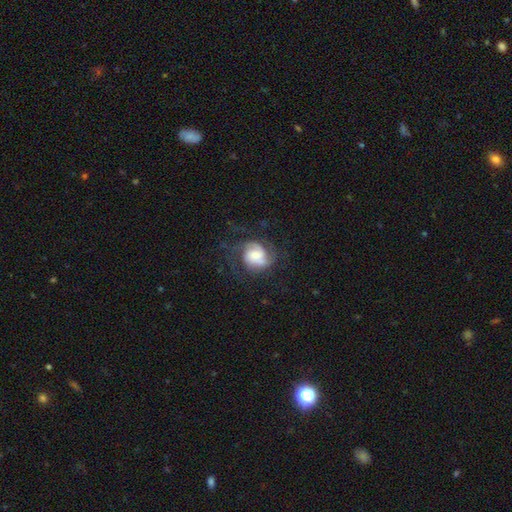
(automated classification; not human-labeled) Smooth or featured: featured or disk — 66% (smooth — 26%)
Edge-on disk: no — 98% (yes — 2%)
Bar: no — 57% (weak — 34%)
Spiral arms: yes — 91% (no — 9%)
Spiral winding: medium — 45% (tight — 34%)
Spiral arm count: 2 — 50% (can't tell — 19%)
Bulge size: large — 32% (moderate — 30%)
Merging: none — 55% (major disturbance — 23%)